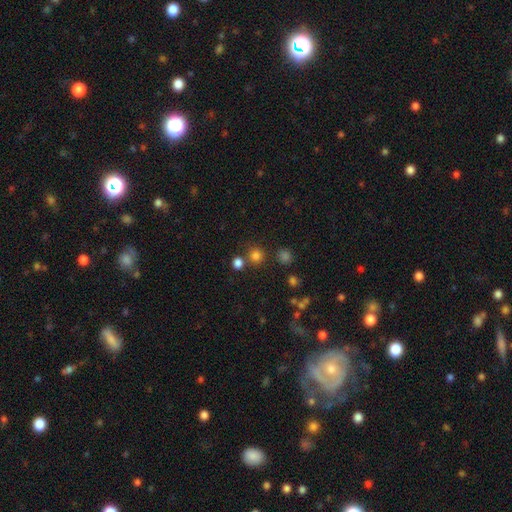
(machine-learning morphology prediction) A smooth galaxy with no disk features (77%) that is round (92%). Merging: none (75%).